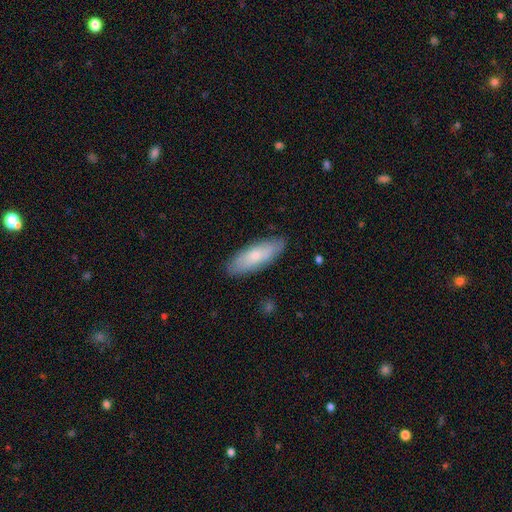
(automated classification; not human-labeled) smooth_or_featured: smooth (p=0.68) [alt: featured or disk p=0.26]
how_rounded: in between (p=0.63) [alt: cigar-shaped p=0.34]
merging: none (p=0.86) [alt: minor disturbance p=0.11]